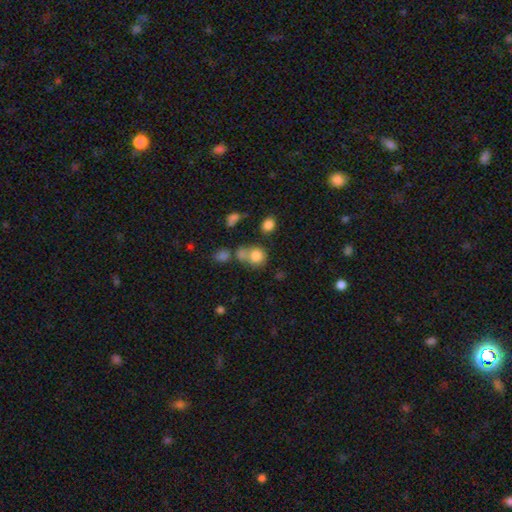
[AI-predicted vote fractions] Smooth or featured? smooth (79%)
How rounded? round (78%)
Merging? none (48%)